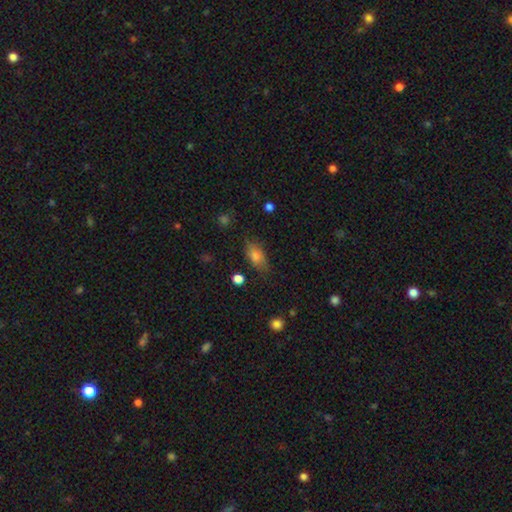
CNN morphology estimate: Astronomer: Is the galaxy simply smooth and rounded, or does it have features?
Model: smooth — 75%.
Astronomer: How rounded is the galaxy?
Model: in between — 83%.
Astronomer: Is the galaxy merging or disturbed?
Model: none — 76%.